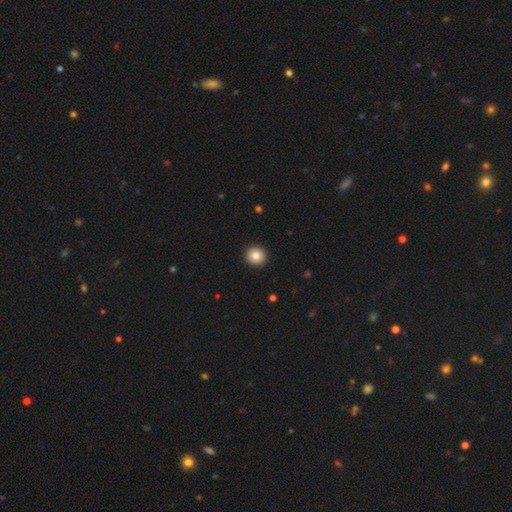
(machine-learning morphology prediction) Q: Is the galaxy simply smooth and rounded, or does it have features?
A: smooth — 84%.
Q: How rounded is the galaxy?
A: round — 94%.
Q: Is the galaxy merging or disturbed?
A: none — 93%.